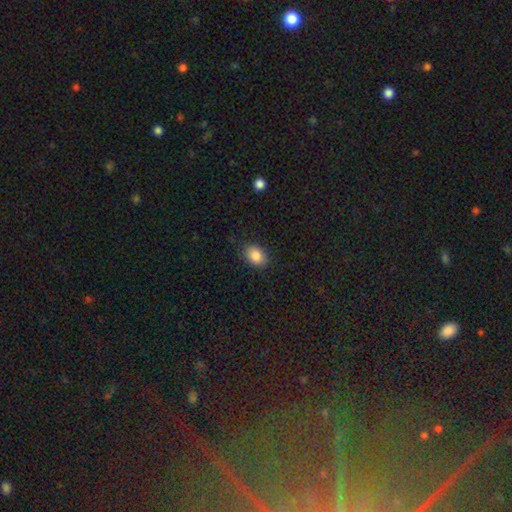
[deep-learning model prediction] Smooth or featured?
  - smooth: 86% *
  - star or artifact: 8%
  - featured or disk: 6%
How rounded?
  - in between: 77% *
  - round: 22%
  - cigar-shaped: 1%
Merging?
  - none: 83% *
  - minor disturbance: 13%
  - major disturbance: 3%
  - merger: 1%